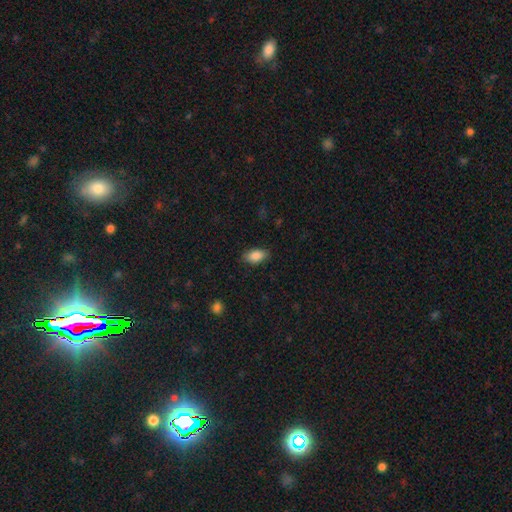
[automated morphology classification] Smooth or featured? Predicted: smooth (p=0.87). How rounded? Predicted: in between (p=0.92). Merging? Predicted: none (p=0.84).